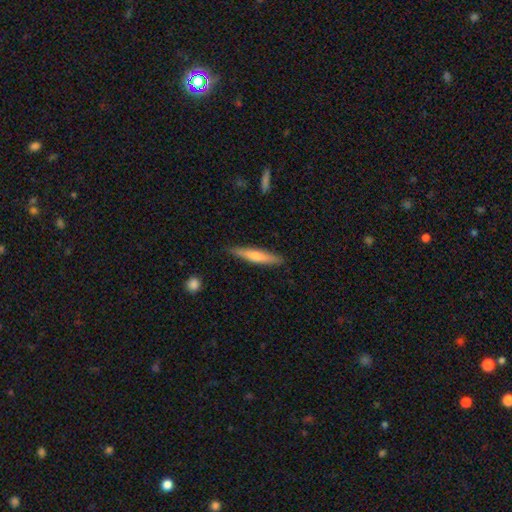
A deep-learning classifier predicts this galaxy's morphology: The model was most divided on "smooth or featured": smooth: 50%, featured or disk: 44%, star or artifact: 6%. More confident: merging — none (89%).